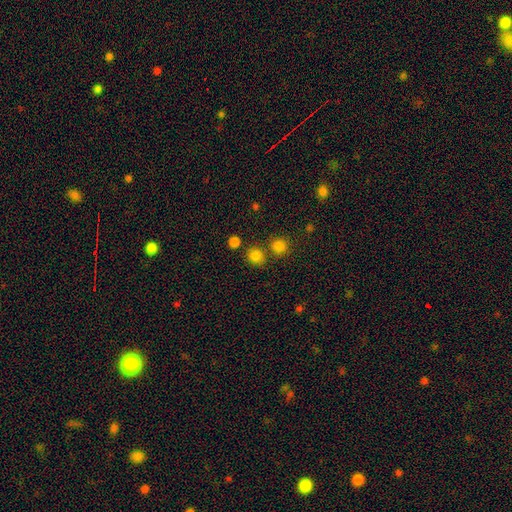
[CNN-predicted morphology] smooth 81%, star or artifact 15%, featured or disk 4%. Down the decision tree: how rounded — round (87%); merging — none (75%).